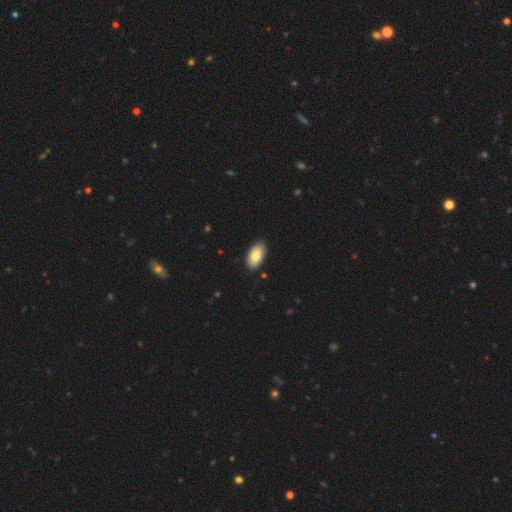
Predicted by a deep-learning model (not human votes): Smooth or featured? smooth (84%)
How rounded? in between (96%)
Merging? none (88%)